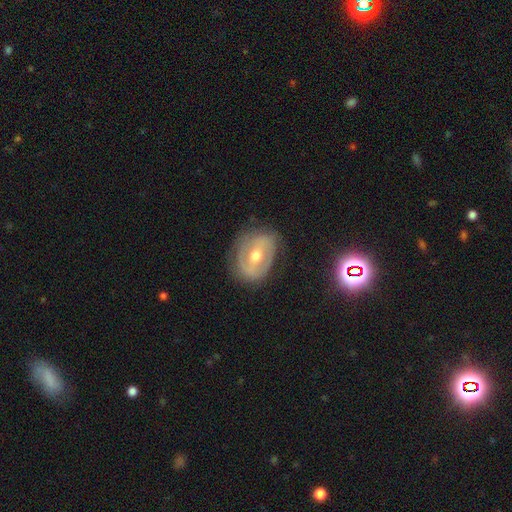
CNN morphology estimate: Q: Smooth or featured?
A: featured or disk (69%); runner-up: smooth (22%)
Q: Edge-on disk?
A: no (95%); runner-up: yes (5%)
Q: Bar?
A: weak (40%); runner-up: strong (33%)
Q: Spiral arms?
A: yes (58%); runner-up: no (42%)
Q: Bulge size?
A: moderate (73%); runner-up: small (22%)
Q: Merging?
A: none (73%); runner-up: minor disturbance (19%)